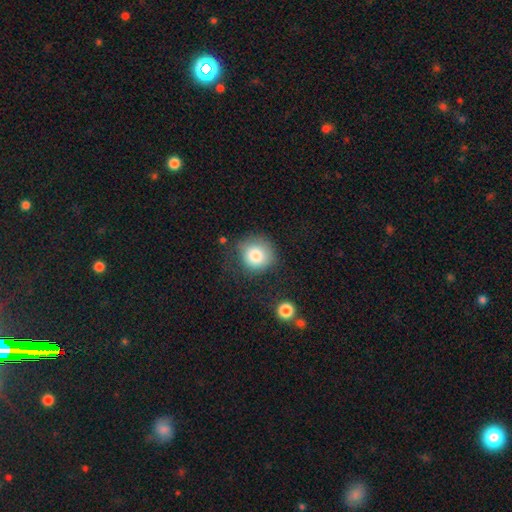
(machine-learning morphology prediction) smooth 82%, star or artifact 9%, featured or disk 9%. Down the decision tree: how rounded — round (90%); merging — none (65%).